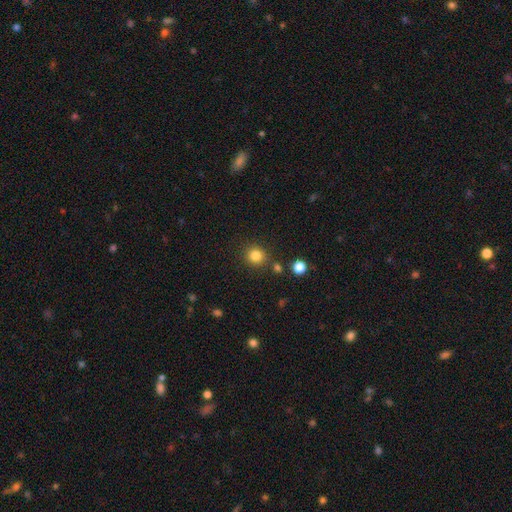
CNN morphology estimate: smooth-or-featured: smooth: 83% | star or artifact: 12% | featured or disk: 5%
  how-rounded: round: 90% | in between: 9% | cigar-shaped: 1%
  merging: none: 85% | minor disturbance: 8% | merger: 5% | major disturbance: 3%